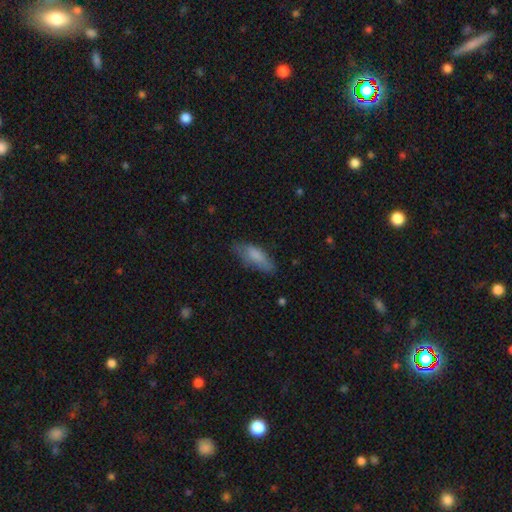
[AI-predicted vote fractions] Smooth or featured? smooth (79%)
How rounded? in between (63%)
Merging? none (67%)